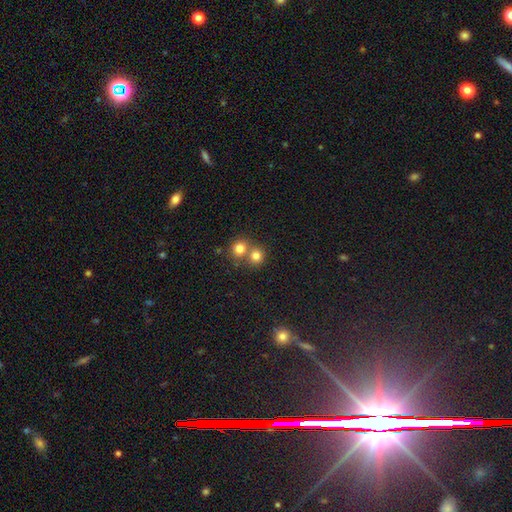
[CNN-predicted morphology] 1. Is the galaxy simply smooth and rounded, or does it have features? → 79% smooth, 13% star or artifact, 8% featured or disk.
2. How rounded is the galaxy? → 86% round, 13% in between, 1% cigar-shaped.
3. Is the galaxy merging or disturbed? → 46% merger (tied), 46% none (tied), 5% minor disturbance, 2% major disturbance.